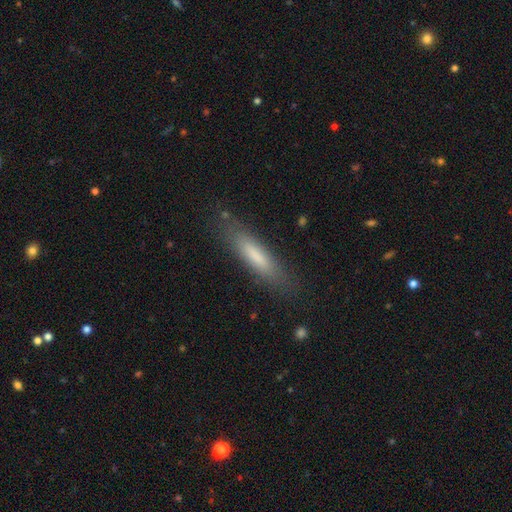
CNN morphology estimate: smooth 74%, featured or disk 19%, star or artifact 7%. Down the decision tree: how rounded — cigar-shaped (79%); merging — none (83%).